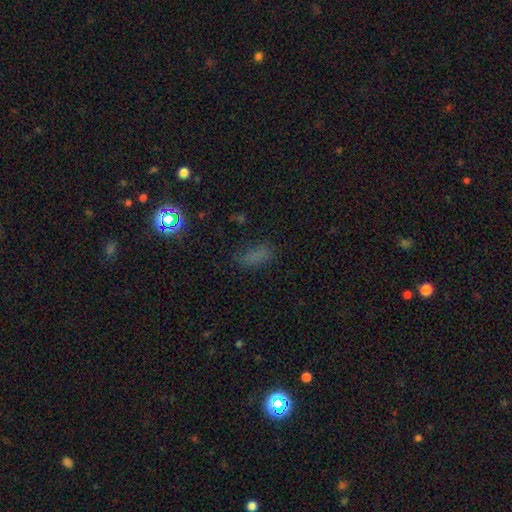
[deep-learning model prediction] A smooth galaxy with no disk features (65%) that is in between round and cigar-shaped (78%). Merging: none (69%).